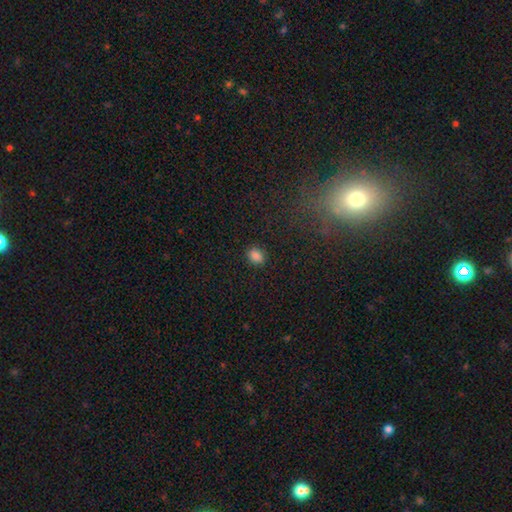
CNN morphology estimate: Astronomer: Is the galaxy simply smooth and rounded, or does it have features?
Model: smooth — 85%.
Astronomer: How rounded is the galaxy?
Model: in between — 60% (runner-up: round, 39%).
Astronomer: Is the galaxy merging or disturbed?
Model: none — 88%.